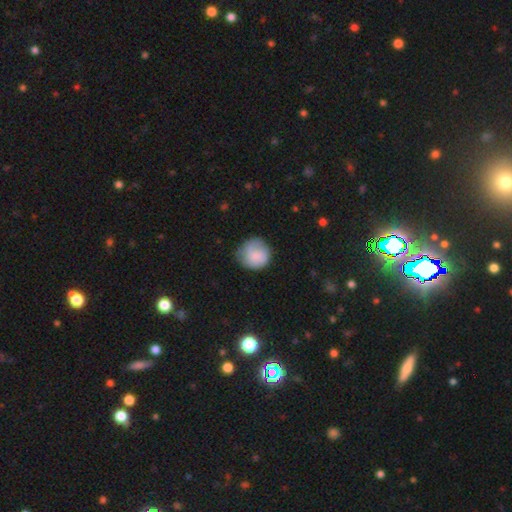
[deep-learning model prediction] This is clearly a smooth galaxy (80%). How rounded: clearly round (88%). Merging: likely none (62%).